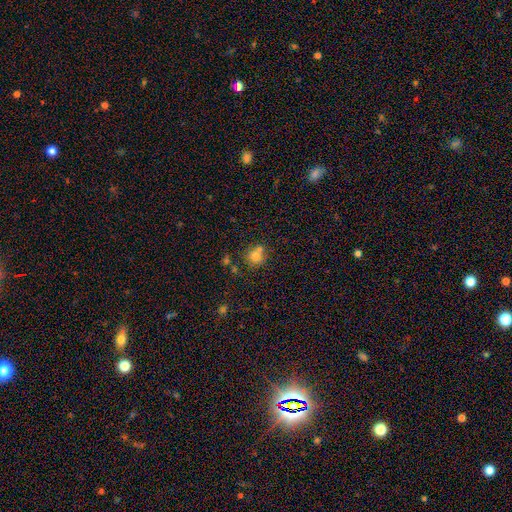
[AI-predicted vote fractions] This is likely a smooth galaxy (75%). How rounded: clearly round (85%). Merging: possibly none (55%).